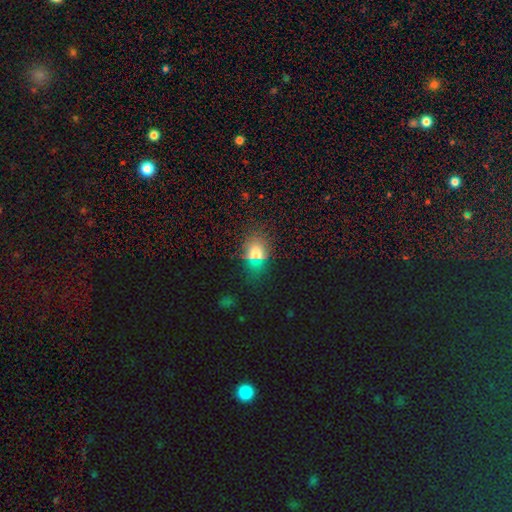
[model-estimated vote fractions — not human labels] This appears to be a smooth galaxy with no disk features (68%) that is in between round and cigar-shaped (65%). Merging: none (81%).